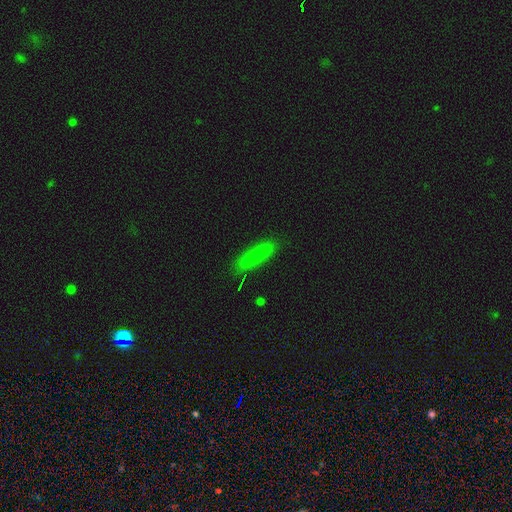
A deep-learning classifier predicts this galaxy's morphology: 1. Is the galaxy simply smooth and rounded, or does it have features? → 78% smooth, 14% featured or disk, 8% star or artifact.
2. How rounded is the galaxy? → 86% cigar-shaped, 12% in between, 2% round.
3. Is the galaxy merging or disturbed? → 82% none, 13% minor disturbance, 3% major disturbance, 2% merger.